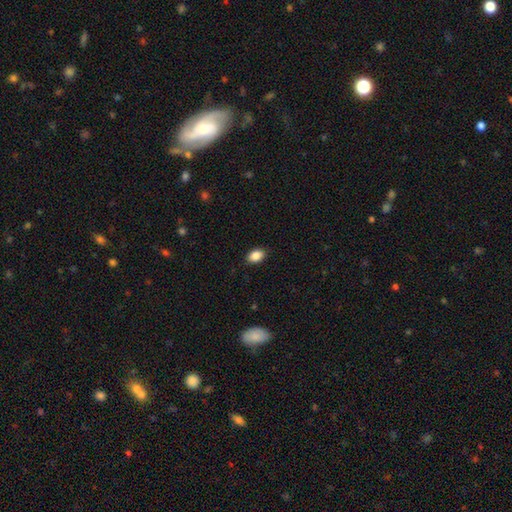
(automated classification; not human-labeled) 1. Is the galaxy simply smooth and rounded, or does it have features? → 88% smooth, 8% star or artifact, 4% featured or disk.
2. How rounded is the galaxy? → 87% in between, 11% round, 1% cigar-shaped.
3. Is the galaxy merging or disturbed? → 89% none, 9% minor disturbance, 2% major disturbance, 1% merger.